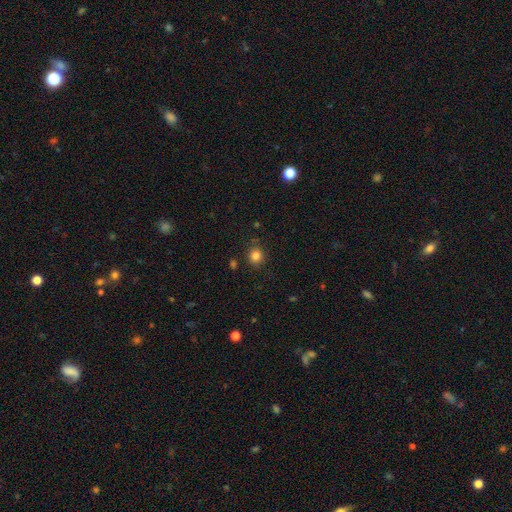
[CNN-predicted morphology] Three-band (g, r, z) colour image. It shows a smooth galaxy with no disk features (82%) that is round (85%). Merging: none (86%).